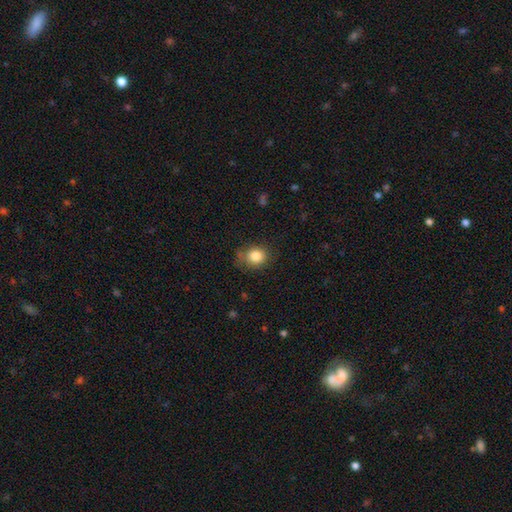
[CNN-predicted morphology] A smooth galaxy with no disk features (83%) that is round (73%). Merging: none (71%).